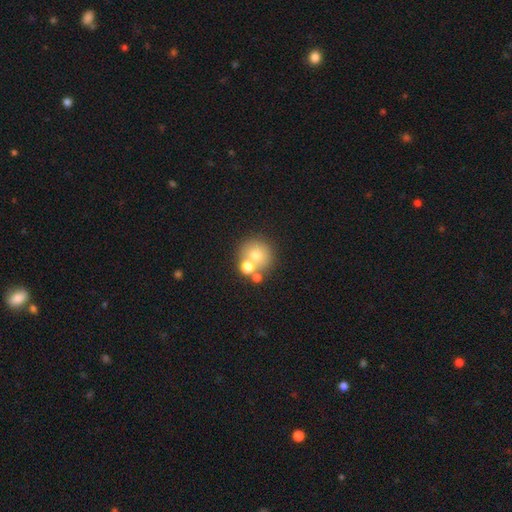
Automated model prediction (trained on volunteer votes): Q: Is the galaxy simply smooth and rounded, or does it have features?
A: smooth — 67%.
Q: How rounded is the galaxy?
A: round — 90%.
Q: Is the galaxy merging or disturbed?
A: none — 55%.